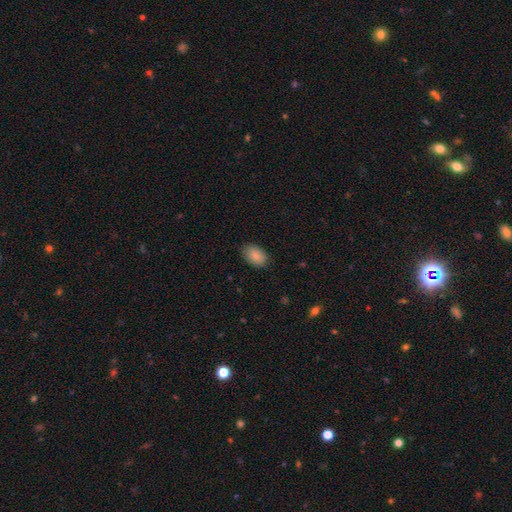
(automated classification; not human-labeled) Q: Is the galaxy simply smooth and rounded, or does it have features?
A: smooth — 88%.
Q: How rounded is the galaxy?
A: in between — 89%.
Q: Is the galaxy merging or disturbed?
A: none — 85%.